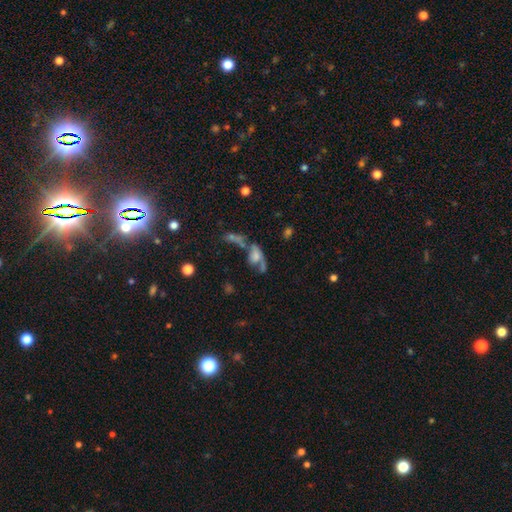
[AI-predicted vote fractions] A smooth galaxy with no disk features (41%, tied with featured or disk).

Vote fractions:
- Smooth or featured? smooth: 41% (tied) / featured or disk: 41% (tied) / star or artifact: 18%
- Merging? merger: 35% / none: 31% / major disturbance: 19% / minor disturbance: 15%